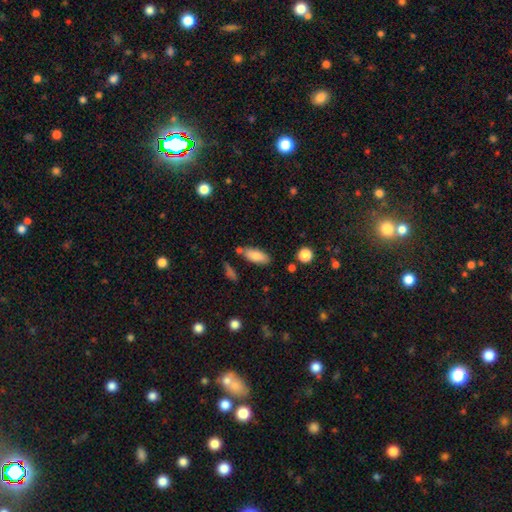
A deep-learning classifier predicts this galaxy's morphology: smooth_or_featured: smooth (p=0.83) [alt: featured or disk p=0.10]
how_rounded: in between (p=0.80) [alt: cigar-shaped p=0.17]
merging: none (p=0.73) [alt: minor disturbance p=0.14]